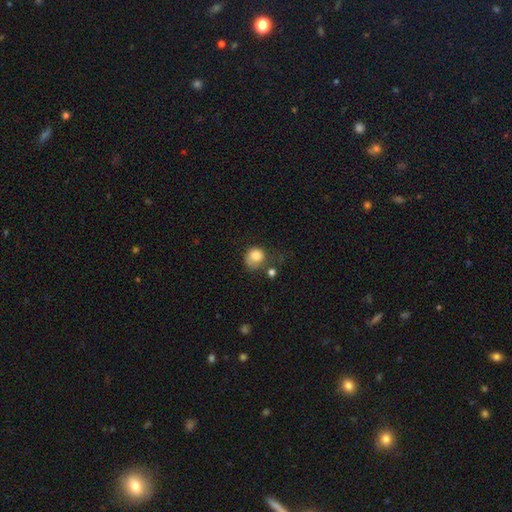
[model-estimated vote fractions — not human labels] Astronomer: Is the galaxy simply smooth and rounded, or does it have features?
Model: smooth — 80%.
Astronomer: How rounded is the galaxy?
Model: round — 73%.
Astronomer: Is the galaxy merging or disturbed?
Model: none — 37% (runner-up: minor disturbance, 30%).